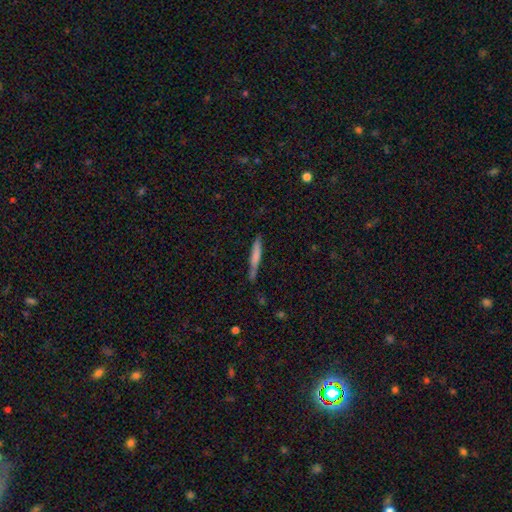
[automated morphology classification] A smooth galaxy with no disk features (67%) that is cigar-shaped (93%). Merging: none (72%).